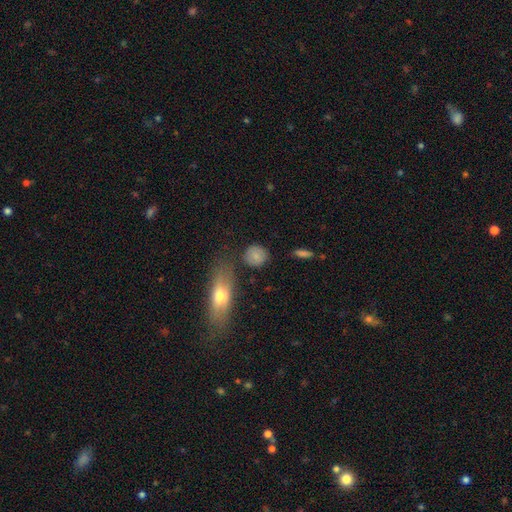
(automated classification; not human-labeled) Smooth or featured? Predicted: smooth (p=0.81). How rounded? Predicted: round (p=0.81). Merging? Predicted: none (p=0.77).